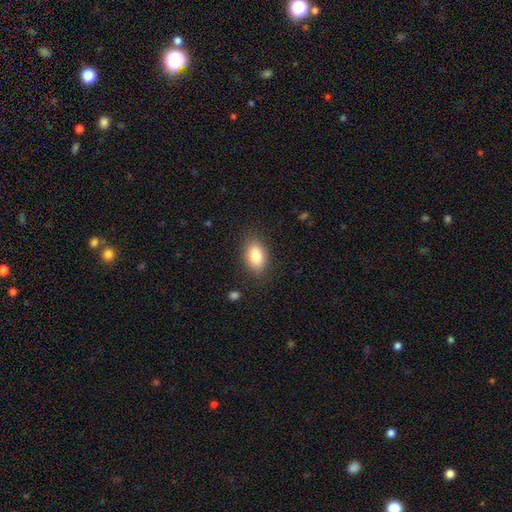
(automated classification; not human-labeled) Smooth or featured?
  - smooth: 84% *
  - featured or disk: 8%
  - star or artifact: 8%
How rounded?
  - in between: 89% *
  - round: 8%
  - cigar-shaped: 3%
Merging?
  - none: 84% *
  - minor disturbance: 11%
  - major disturbance: 3%
  - merger: 1%